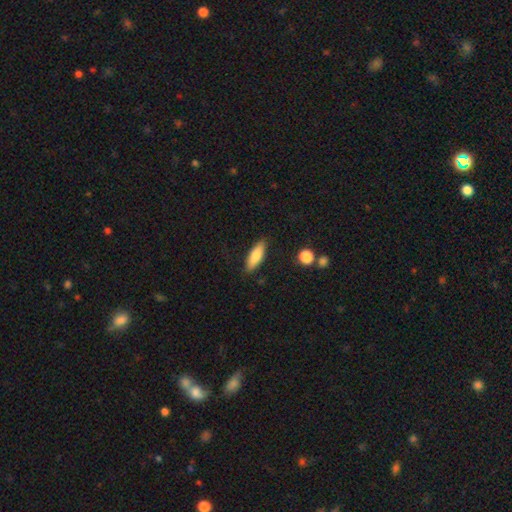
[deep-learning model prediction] Q: Smooth or featured?
A: smooth (80%); runner-up: featured or disk (14%)
Q: How rounded?
A: in between (51%); runner-up: cigar-shaped (47%)
Q: Merging?
A: none (86%); runner-up: minor disturbance (11%)